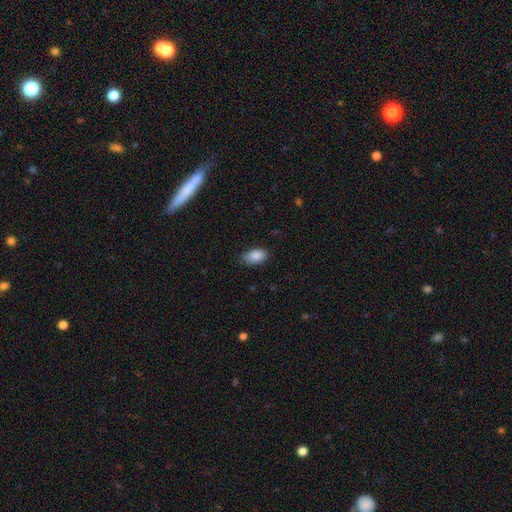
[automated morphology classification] A smooth galaxy with no disk features (89%) that is in between round and cigar-shaped (93%). Merging: none (83%).